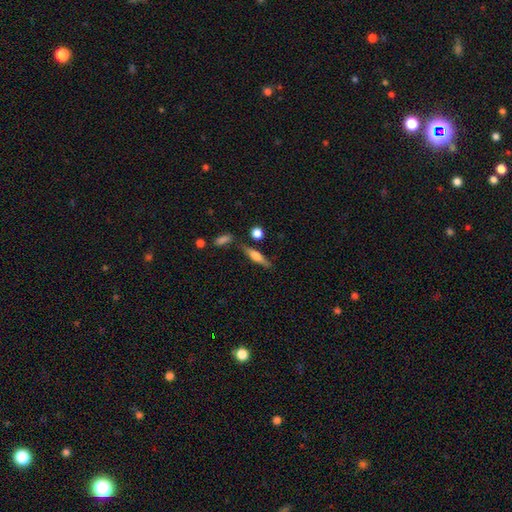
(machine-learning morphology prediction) type=smooth (47%); merging=none (77%).